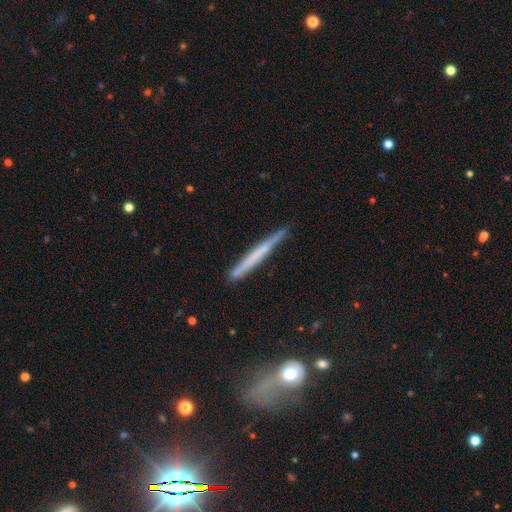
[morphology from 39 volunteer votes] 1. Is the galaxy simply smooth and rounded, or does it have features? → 51% featured or disk, 46% smooth, 3% star or artifact.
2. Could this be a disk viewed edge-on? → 100% yes, 0% no.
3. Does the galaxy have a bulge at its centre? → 100% none, 0% boxy, 0% rounded.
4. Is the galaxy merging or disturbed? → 89% none, 11% minor disturbance, 0% major disturbance, 0% merger.